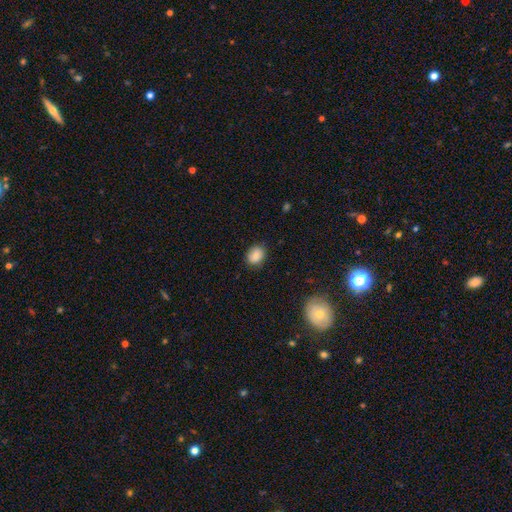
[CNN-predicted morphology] Overall: smooth (85%). How rounded: in between (50%; round 49%). Merging: none (83%).